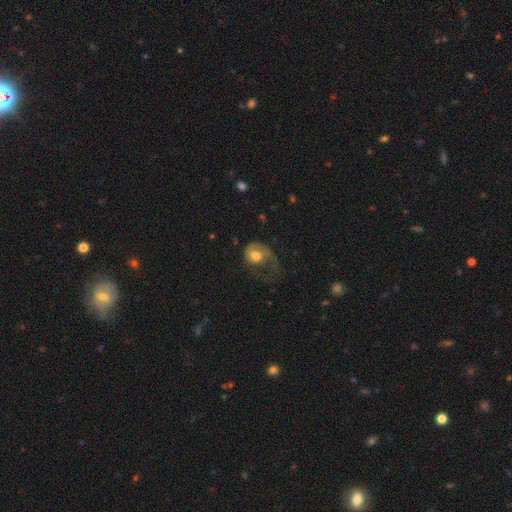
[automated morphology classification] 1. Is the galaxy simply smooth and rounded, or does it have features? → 52% smooth, 41% featured or disk, 7% star or artifact.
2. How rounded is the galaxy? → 52% round, 47% in between, 1% cigar-shaped.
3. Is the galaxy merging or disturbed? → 59% major disturbance, 21% none, 18% minor disturbance, 2% merger.